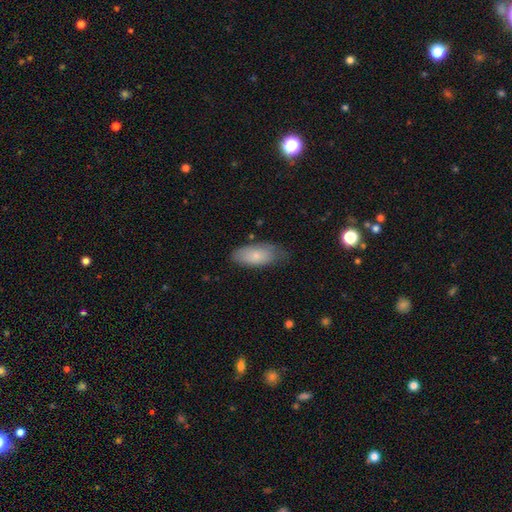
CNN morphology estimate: smooth-or-featured: smooth: 77% | featured or disk: 16% | star or artifact: 6%
  how-rounded: in between: 88% | cigar-shaped: 10% | round: 2%
  merging: none: 62% | minor disturbance: 30% | major disturbance: 7% | merger: 2%